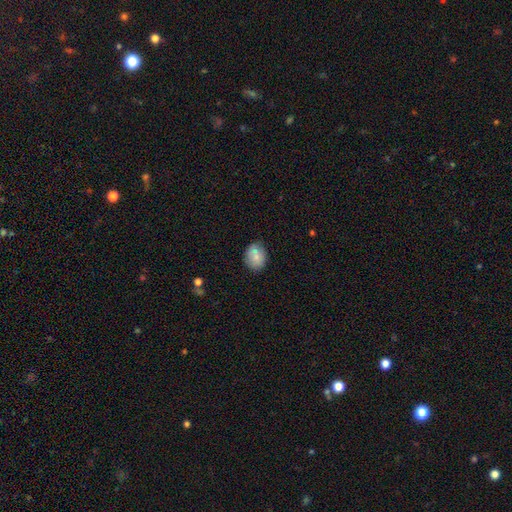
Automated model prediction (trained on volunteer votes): Smooth or featured? smooth (74%)
How rounded? in between (53%)
Merging? none (66%)